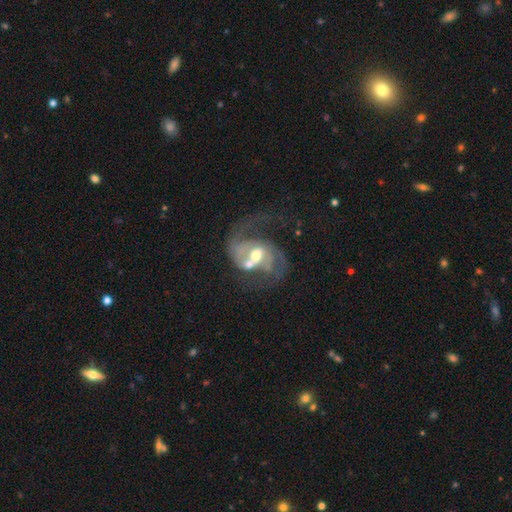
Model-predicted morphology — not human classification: This appears to be a featured or disk galaxy (83%) with a weak bar (43%), 2 (77%) medium (47%) spiral arms (91%) and a moderate central bulge (66%). Merging: merger (34%).